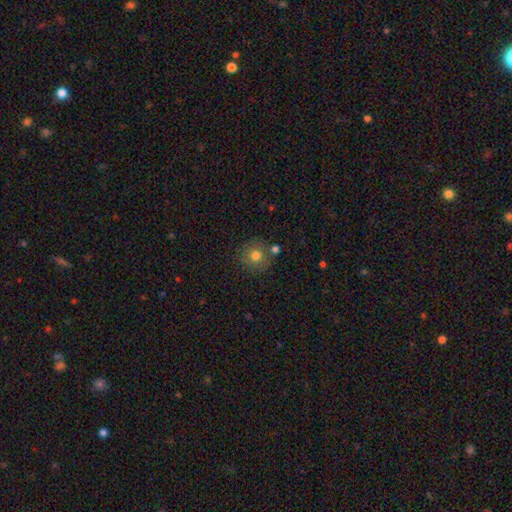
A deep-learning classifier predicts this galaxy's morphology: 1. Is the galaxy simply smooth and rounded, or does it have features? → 76% smooth, 12% featured or disk, 12% star or artifact.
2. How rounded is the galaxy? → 92% round, 7% in between, 1% cigar-shaped.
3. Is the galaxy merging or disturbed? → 79% none, 10% minor disturbance, 9% merger, 3% major disturbance.